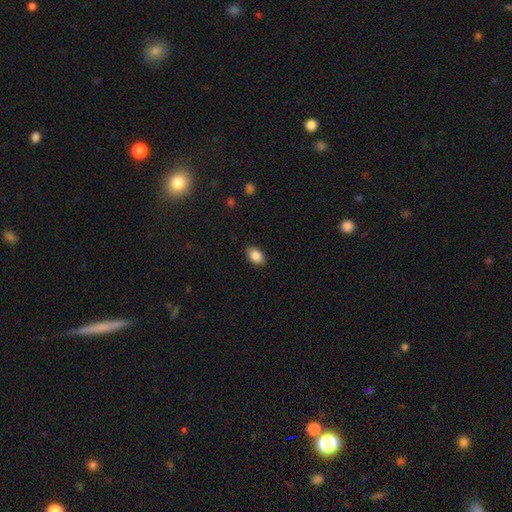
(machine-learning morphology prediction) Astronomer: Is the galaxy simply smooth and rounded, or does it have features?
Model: smooth — 87%.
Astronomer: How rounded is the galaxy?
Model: in between — 89%.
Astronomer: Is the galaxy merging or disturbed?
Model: none — 88%.